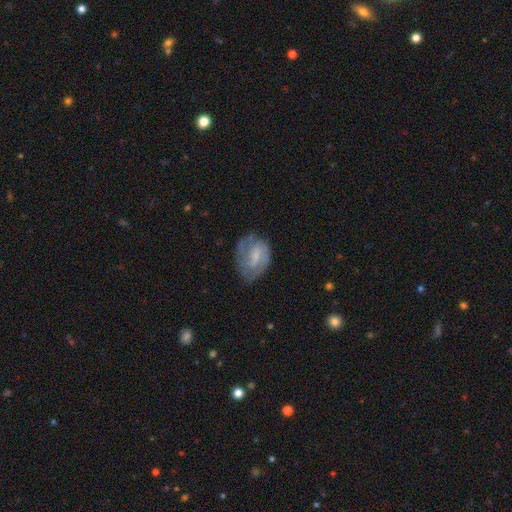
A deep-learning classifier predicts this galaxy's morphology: featured or disk 72%, smooth 22%, star or artifact 7%. Down the decision tree: edge-on disk — no (97%); bar — weak (55%); spiral arms — yes (89%); spiral arm count — 2 (68%); spiral winding — medium (47%); bulge size — small (43%); merging — none (65%).